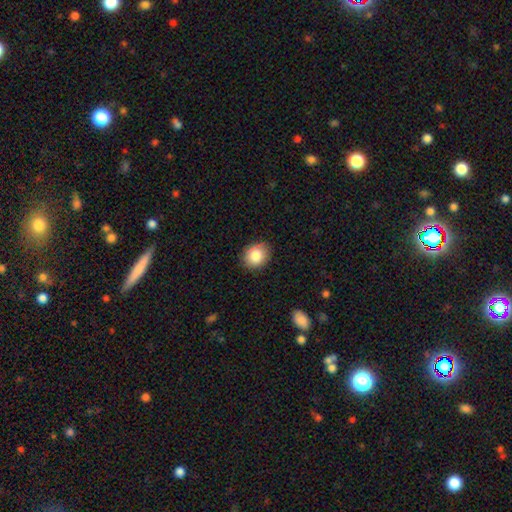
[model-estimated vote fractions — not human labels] smooth_or_featured: smooth (p=0.84) [alt: star or artifact p=0.08]
how_rounded: round (p=0.62) [alt: in between p=0.37]
merging: none (p=0.88) [alt: minor disturbance p=0.09]